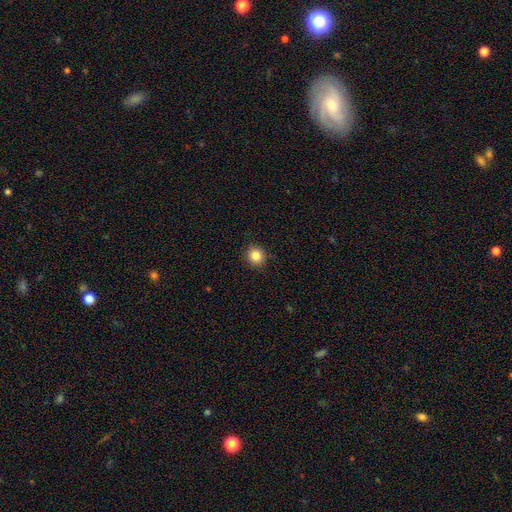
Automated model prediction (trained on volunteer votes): This appears to be a smooth galaxy with no disk features (85%) that is round (88%). Merging: none (91%).